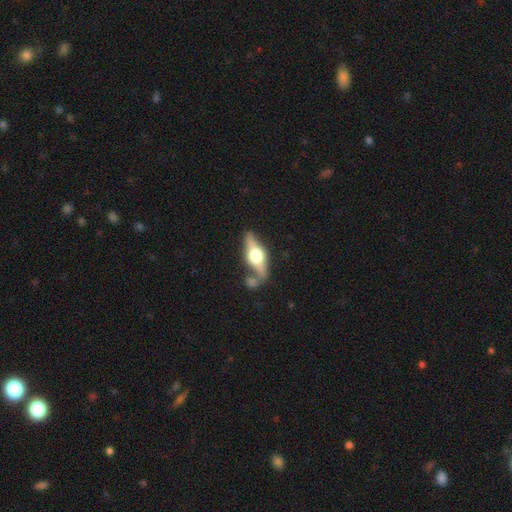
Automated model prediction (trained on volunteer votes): Smooth or featured? featured or disk (71%)
Edge-on disk? yes (92%)
Edge-on bulge? rounded (95%)
Merging? none (67%)